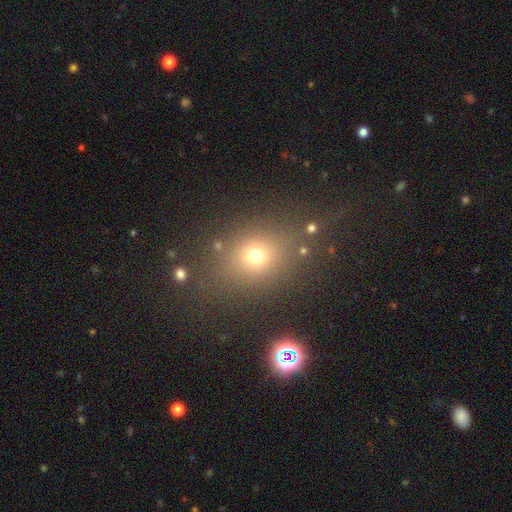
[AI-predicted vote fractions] Smooth or featured: smooth — 68% (star or artifact — 21%)
How rounded: round — 57% (in between — 40%)
Merging: none — 77% (minor disturbance — 12%)